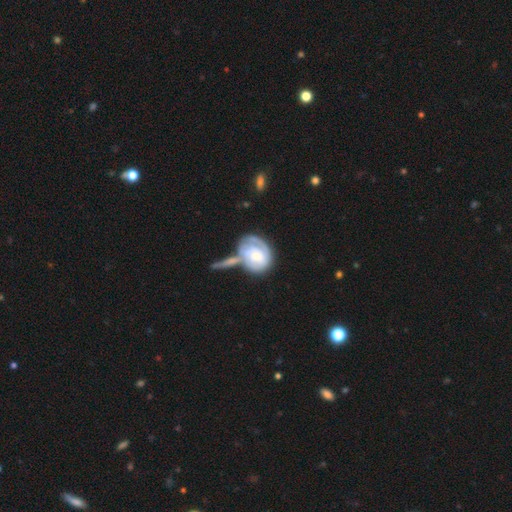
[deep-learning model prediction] Smooth or featured? Predicted: featured or disk (p=0.68). Edge-on disk? Predicted: no (p=0.96). Bar? Predicted: no (p=0.65). Spiral arms? Predicted: yes (p=0.83). Spiral winding? Predicted: tight (p=0.66). Spiral arm count? Predicted: can't tell (p=0.37). Bulge size? Predicted: small (p=0.36). Merging? Predicted: merger (p=0.37).